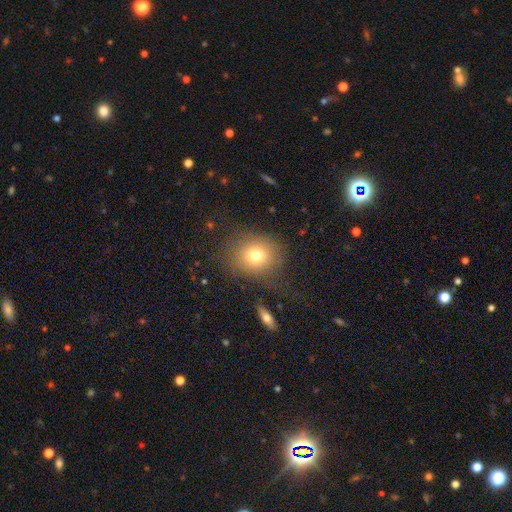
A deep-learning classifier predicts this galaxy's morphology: smooth-or-featured: smooth: 74% | featured or disk: 13% | star or artifact: 13%
  how-rounded: round: 72% | in between: 27% | cigar-shaped: 1%
  merging: none: 74% | minor disturbance: 14% | major disturbance: 10% | merger: 2%